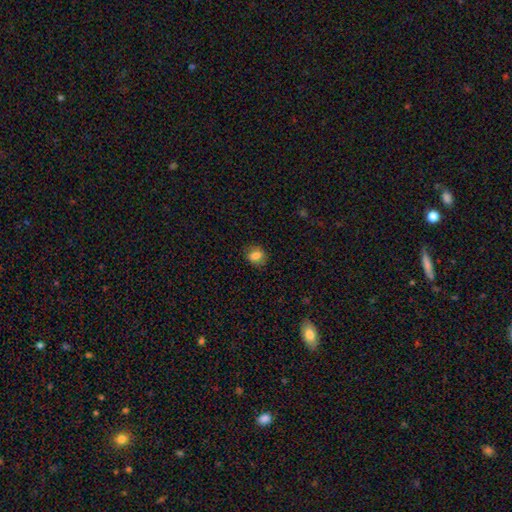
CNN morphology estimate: This is likely a smooth galaxy (80%). How rounded: possibly in between (49%, tied with round). Merging: clearly none (80%).